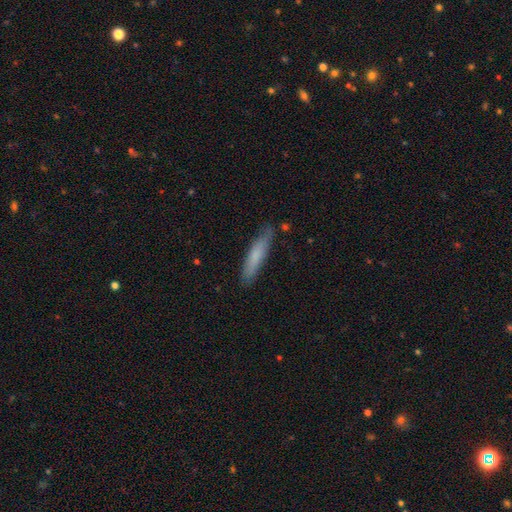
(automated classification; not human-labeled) This is likely a smooth galaxy (72%). How rounded: clearly cigar-shaped (88%). Merging: clearly none (82%).